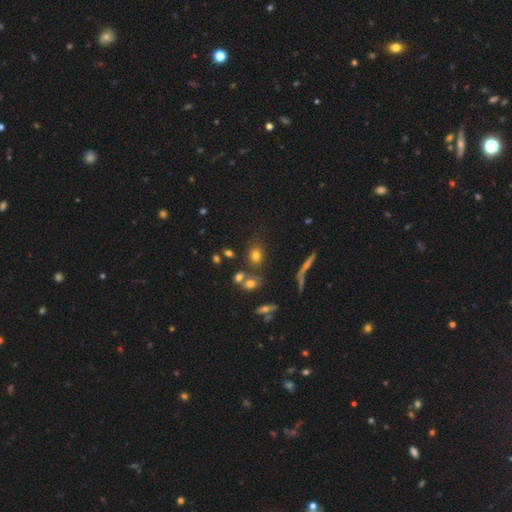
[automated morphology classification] type=smooth (72%); roundness=round (58%); merging=none (69%).